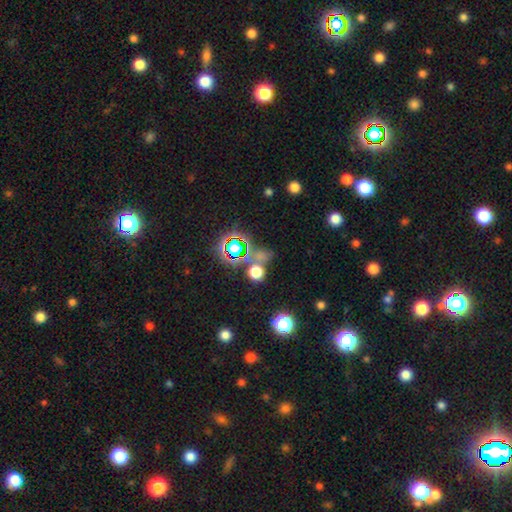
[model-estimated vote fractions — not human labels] Smooth or featured? star or artifact (62%)